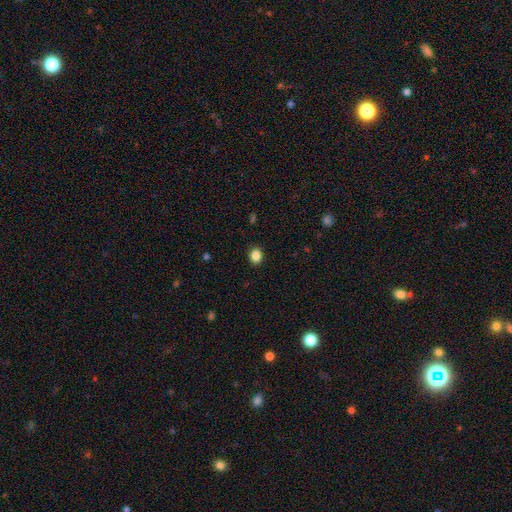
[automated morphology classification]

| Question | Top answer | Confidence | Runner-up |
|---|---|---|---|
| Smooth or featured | smooth | 86% | star or artifact (10%) |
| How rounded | round | 65% | in between (35%) |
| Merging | none | 90% | minor disturbance (7%) |